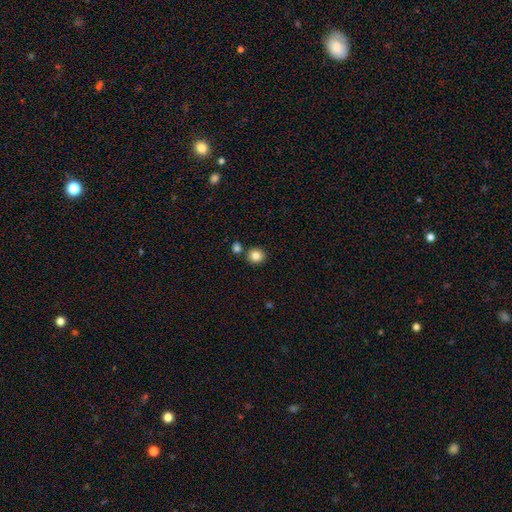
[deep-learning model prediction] smooth_or_featured: smooth (p=0.85) [alt: star or artifact p=0.10]
how_rounded: round (p=0.88) [alt: in between p=0.11]
merging: none (p=0.81) [alt: merger p=0.09]